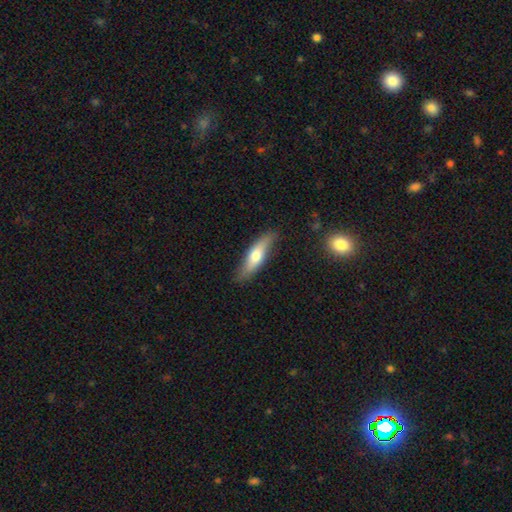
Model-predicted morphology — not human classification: type=smooth (58%); roundness=cigar-shaped (63%); merging=none (79%).